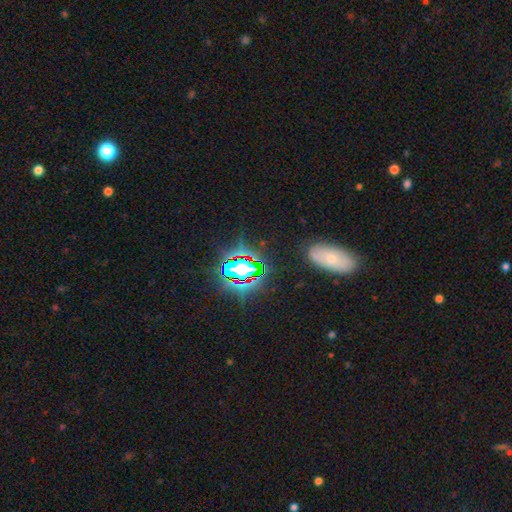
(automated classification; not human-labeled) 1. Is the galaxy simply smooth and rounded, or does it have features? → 62% star or artifact, 26% smooth, 13% featured or disk.